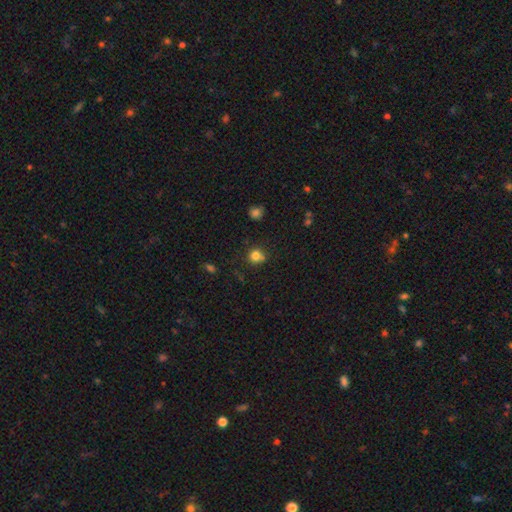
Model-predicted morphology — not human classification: Q: Smooth or featured?
A: smooth (79%); runner-up: star or artifact (14%)
Q: How rounded?
A: round (83%); runner-up: in between (16%)
Q: Merging?
A: none (63%); runner-up: minor disturbance (18%)